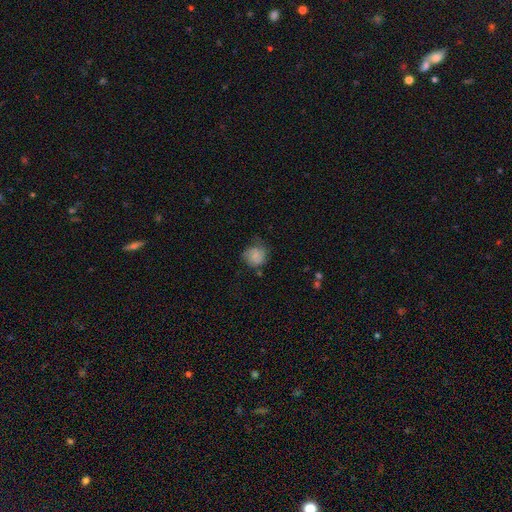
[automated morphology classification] This appears to be a smooth galaxy with no disk features (68%) that is round (81%). Merging: none (55%).